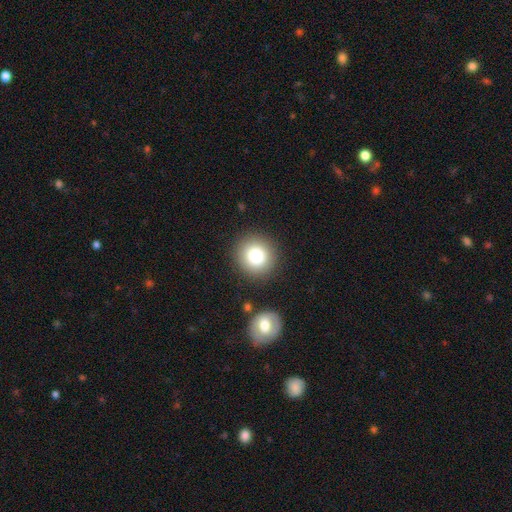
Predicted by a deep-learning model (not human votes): A smooth galaxy with no disk features (80%) that is round (92%). Merging: none (87%).